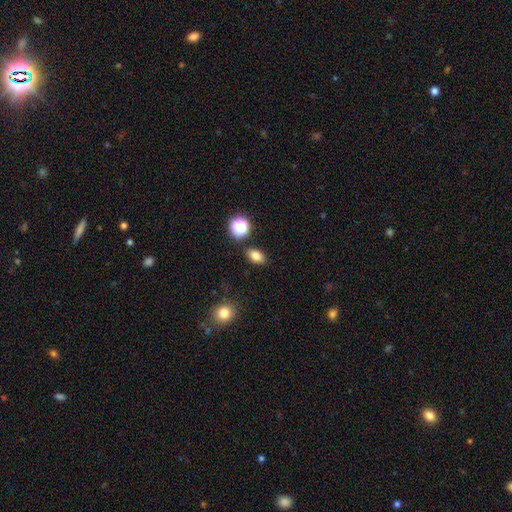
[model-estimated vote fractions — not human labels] smooth 80%, star or artifact 13%, featured or disk 7%. Down the decision tree: how rounded — in between (82%); merging — none (84%).